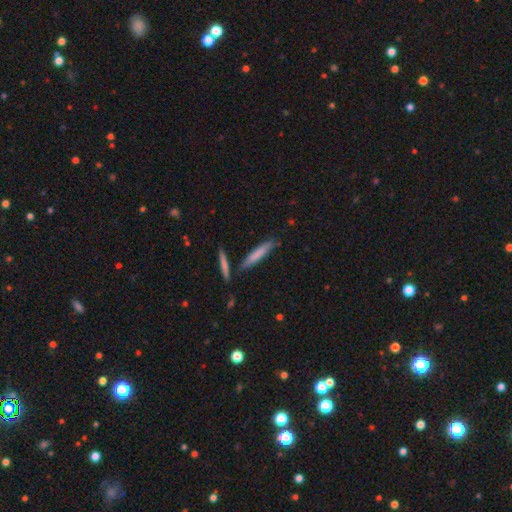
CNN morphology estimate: A smooth galaxy with no disk features (69%) that is cigar-shaped (93%). Merging: none (83%).